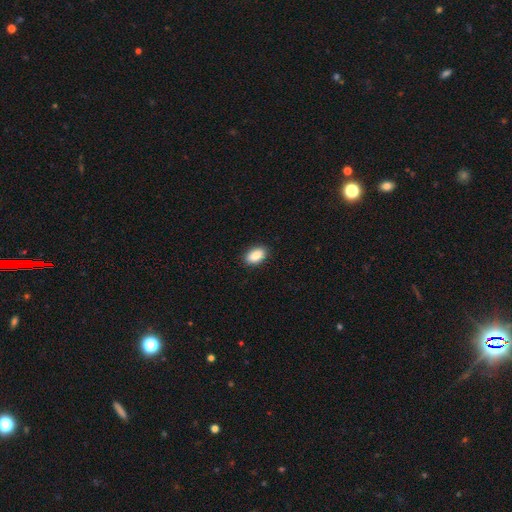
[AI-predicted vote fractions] Smooth or featured? Predicted: smooth (p=0.88). How rounded? Predicted: in between (p=0.91). Merging? Predicted: none (p=0.89).